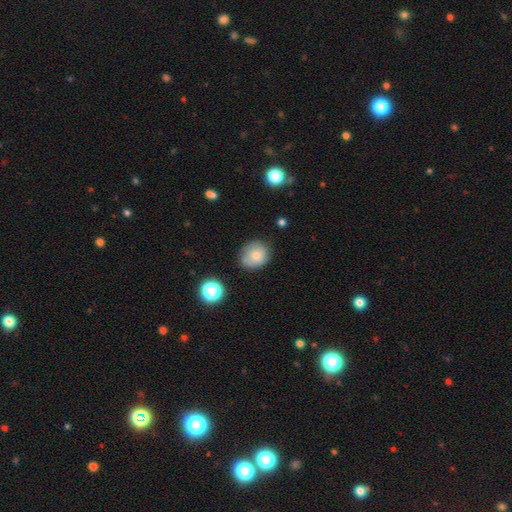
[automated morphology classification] smooth 76%, featured or disk 14%, star or artifact 10%. Down the decision tree: how rounded — round (73%); merging — none (68%).